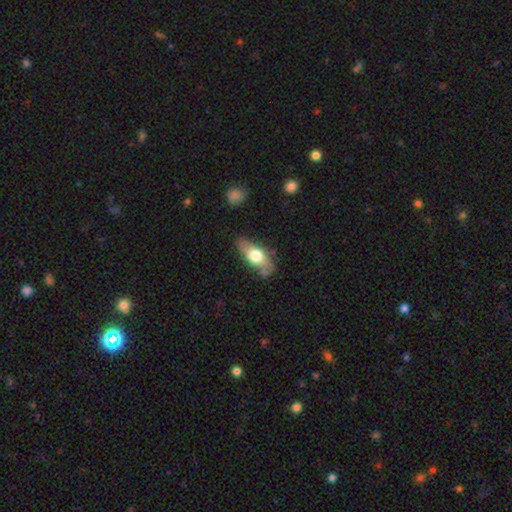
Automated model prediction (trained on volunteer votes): This is likely a smooth galaxy (62%). How rounded: likely in between (79%). Merging: likely none (70%).